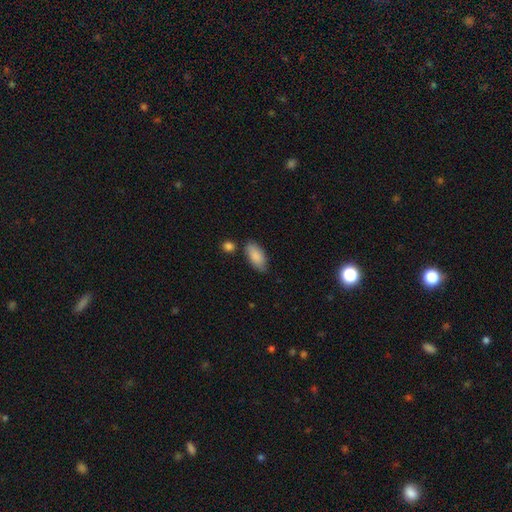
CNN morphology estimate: Q: Smooth or featured?
A: smooth (87%); runner-up: featured or disk (7%)
Q: How rounded?
A: in between (91%); runner-up: cigar-shaped (6%)
Q: Merging?
A: none (74%); runner-up: minor disturbance (17%)